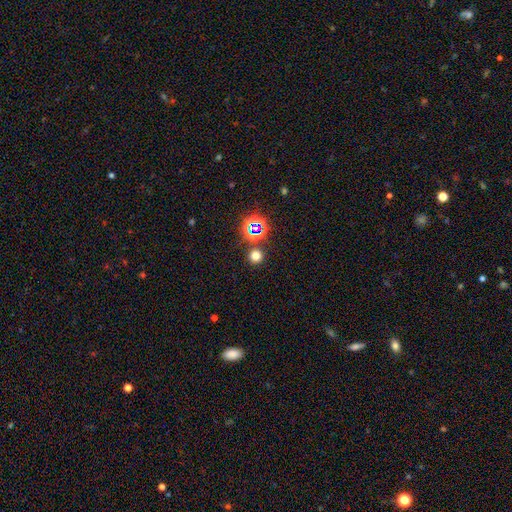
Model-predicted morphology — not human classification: type=smooth (66%); roundness=round (93%); merging=none (84%).